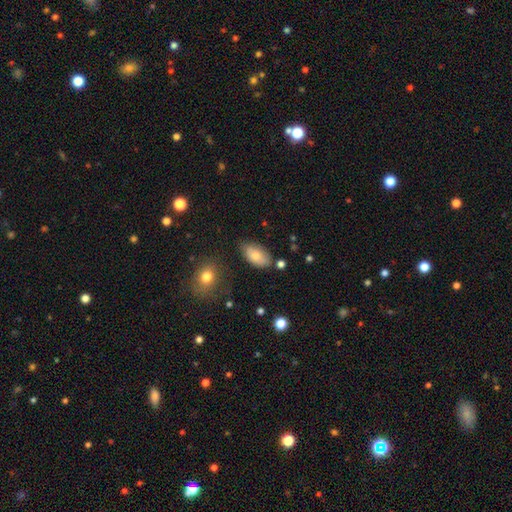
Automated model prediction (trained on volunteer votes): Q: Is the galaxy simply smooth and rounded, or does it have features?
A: smooth — 77%.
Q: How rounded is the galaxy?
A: in between — 93%.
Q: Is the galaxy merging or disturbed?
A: none — 71%.